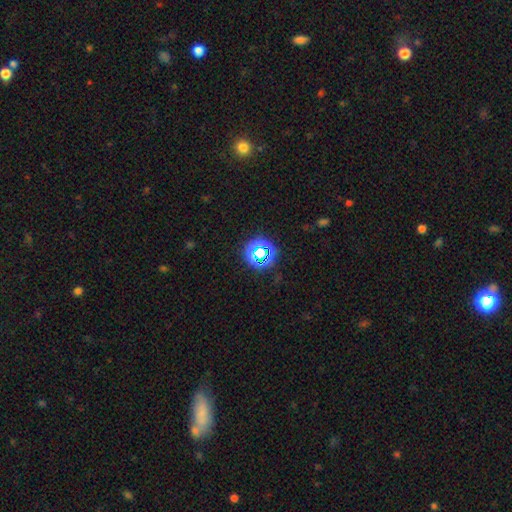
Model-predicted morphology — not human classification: Q: Smooth or featured?
A: star or artifact (65%); runner-up: smooth (24%)